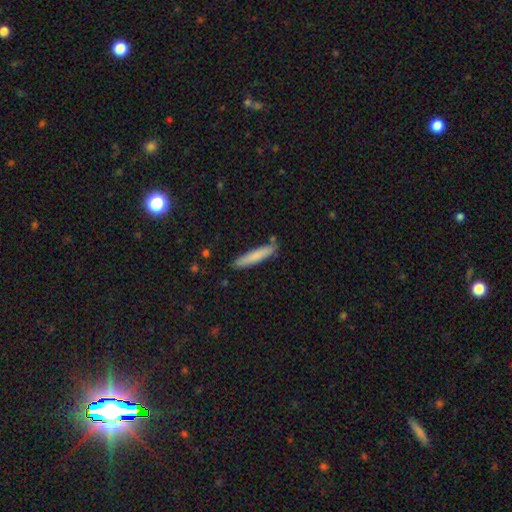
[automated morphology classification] Smooth or featured? Predicted: smooth (p=0.79). How rounded? Predicted: cigar-shaped (p=0.91). Merging? Predicted: none (p=0.84).